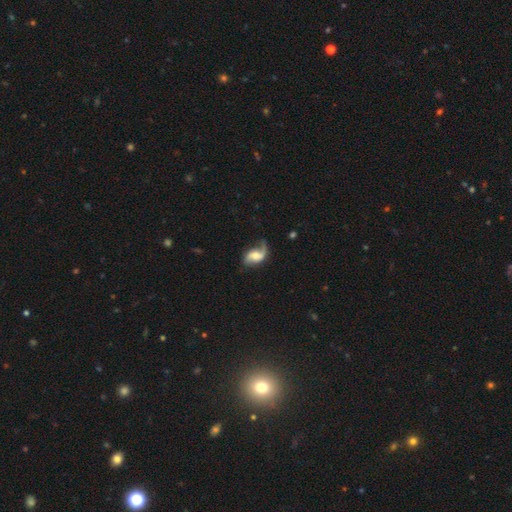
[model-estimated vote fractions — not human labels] Smooth or featured? Predicted: featured or disk (p=0.71). Edge-on disk? Predicted: no (p=0.96). Bar? Predicted: no (p=0.47). Spiral arms? Predicted: yes (p=0.92). Spiral winding? Predicted: loose (p=0.68). Spiral arm count? Predicted: 2 (p=0.69). Bulge size? Predicted: moderate (p=0.48). Merging? Predicted: none (p=0.53).